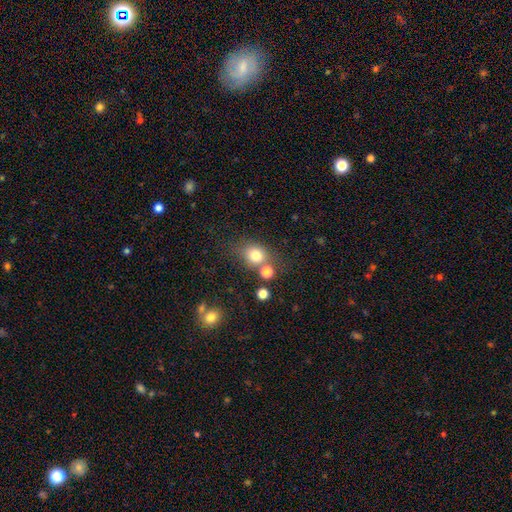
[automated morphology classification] smooth-or-featured: smooth: 77% | star or artifact: 13% | featured or disk: 9%
  how-rounded: round: 68% | in between: 31% | cigar-shaped: 1%
  merging: none: 62% | merger: 19% | minor disturbance: 13% | major disturbance: 6%